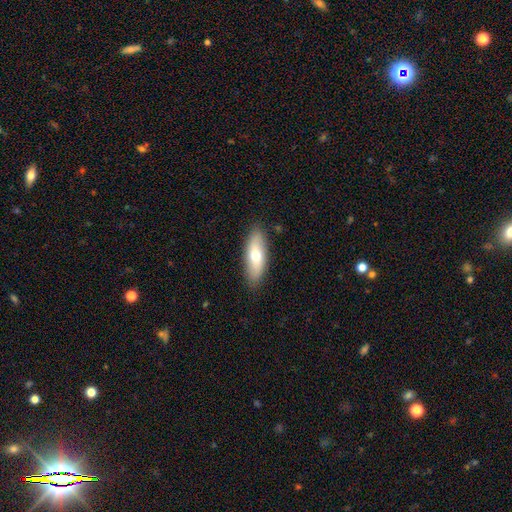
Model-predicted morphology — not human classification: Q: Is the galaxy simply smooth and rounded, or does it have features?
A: smooth — 63%.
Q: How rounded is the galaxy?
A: in between — 66%.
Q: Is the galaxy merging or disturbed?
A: none — 87%.